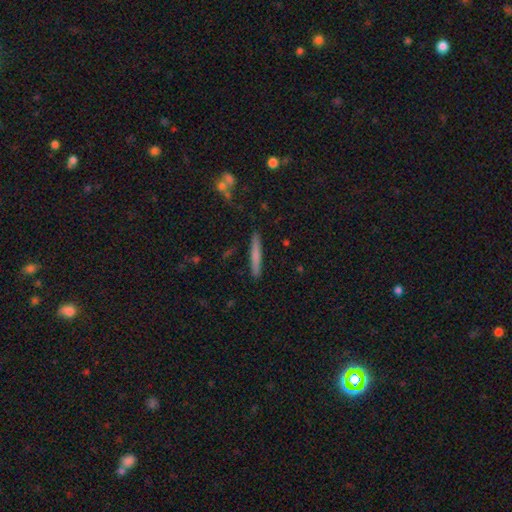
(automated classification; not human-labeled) smooth_or_featured: smooth (p=0.67) [alt: featured or disk p=0.26]
how_rounded: cigar-shaped (p=0.95) [alt: in between p=0.04]
merging: none (p=0.89) [alt: minor disturbance p=0.08]